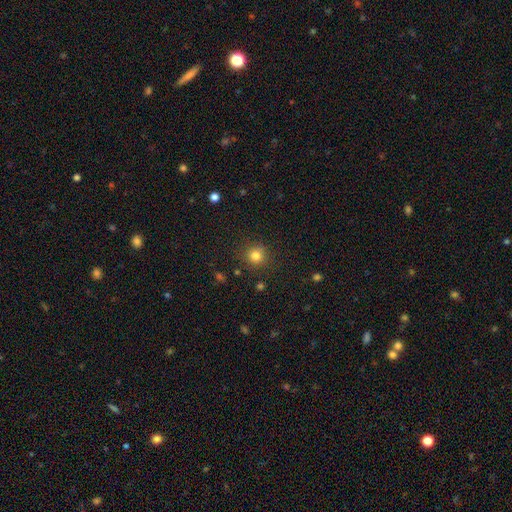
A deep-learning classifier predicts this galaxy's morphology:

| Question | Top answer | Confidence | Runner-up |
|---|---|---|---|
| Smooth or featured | smooth | 81% | star or artifact (13%) |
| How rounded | round | 91% | in between (8%) |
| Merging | none | 87% | minor disturbance (8%) |